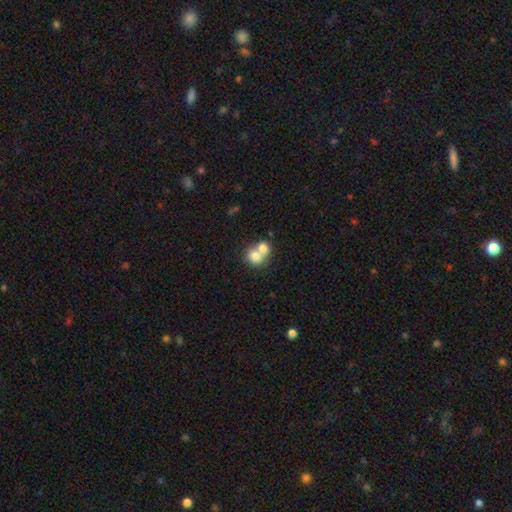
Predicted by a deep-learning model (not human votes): A smooth galaxy with no disk features (75%) that is round (70%).

Vote fractions:
- Smooth or featured? smooth: 75% / featured or disk: 16% / star or artifact: 9%
- How rounded? round: 70% / in between: 29% / cigar-shaped: 1%
- Merging? merger: 68% / none: 24% / minor disturbance: 5% / major disturbance: 3%